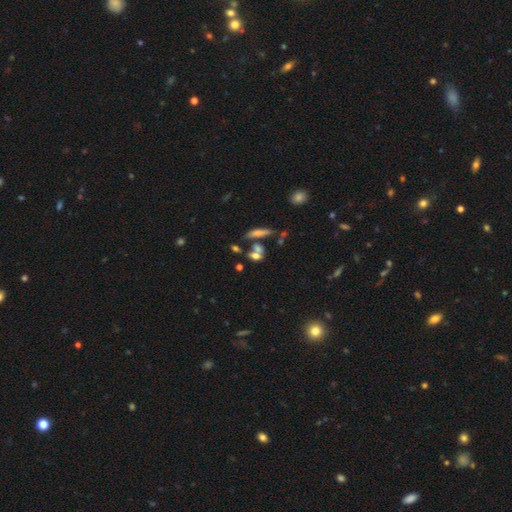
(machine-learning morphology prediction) Smooth or featured: smooth — 60% (featured or disk — 25%)
How rounded: in between — 58% (round — 24%)
Merging: none — 43% (merger — 38%)